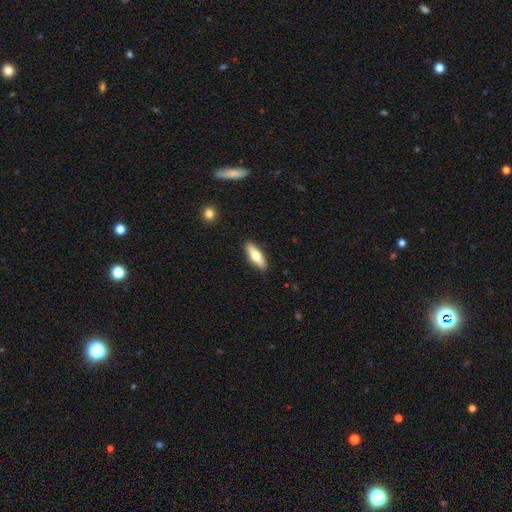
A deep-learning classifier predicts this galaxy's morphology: Smooth or featured? smooth (58%)
How rounded? cigar-shaped (49%)
Merging? none (90%)